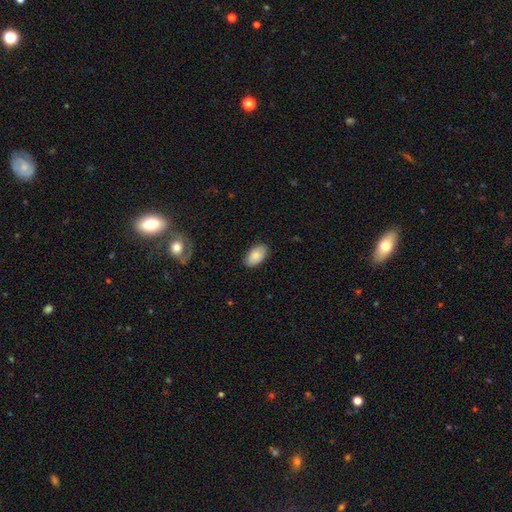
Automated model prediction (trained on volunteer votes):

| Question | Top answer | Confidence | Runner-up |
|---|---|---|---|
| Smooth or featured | smooth | 85% | featured or disk (9%) |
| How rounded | in between | 94% | round (4%) |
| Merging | none | 85% | minor disturbance (11%) |